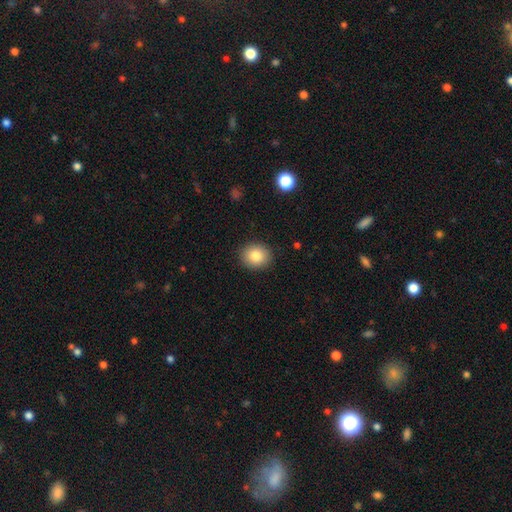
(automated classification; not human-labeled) Overall: smooth (84%). How rounded: round (72%). Merging: none (90%).